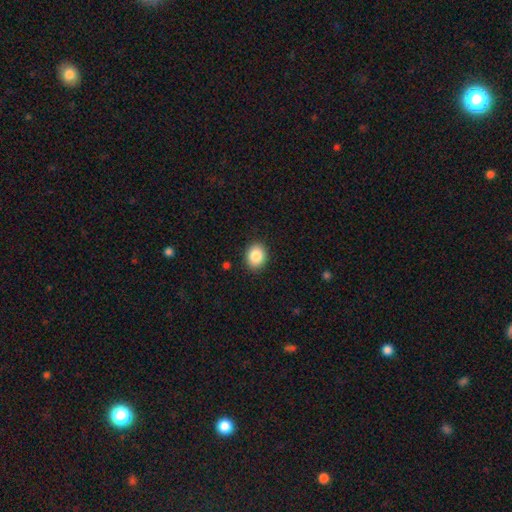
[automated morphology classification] This appears to be a smooth galaxy with no disk features (87%) that is round (51%). Merging: none (89%).